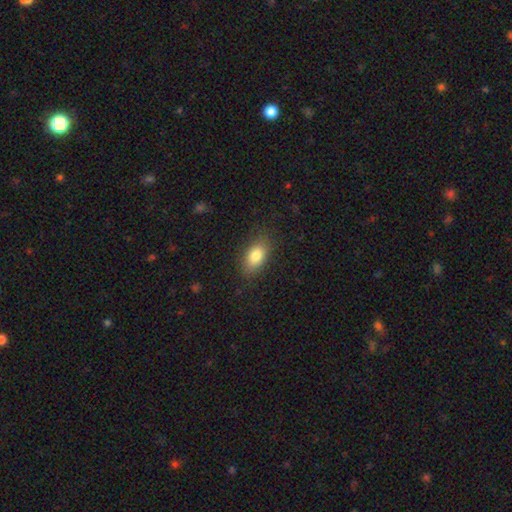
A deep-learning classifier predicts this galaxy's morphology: Overall: smooth (83%). How rounded: in between (89%). Merging: none (83%).